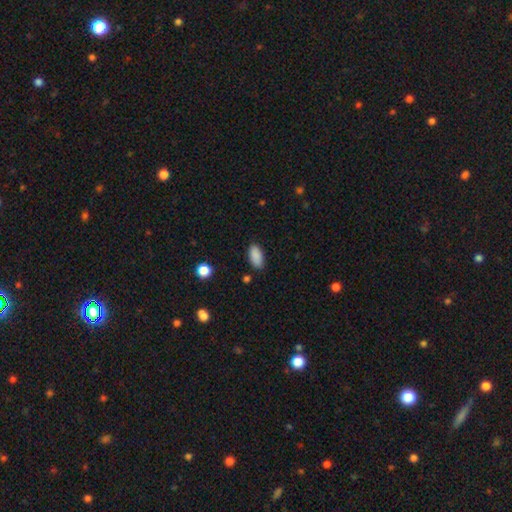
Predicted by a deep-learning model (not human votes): smooth 89%, star or artifact 7%, featured or disk 3%. Down the decision tree: how rounded — in between (91%); merging — none (85%).